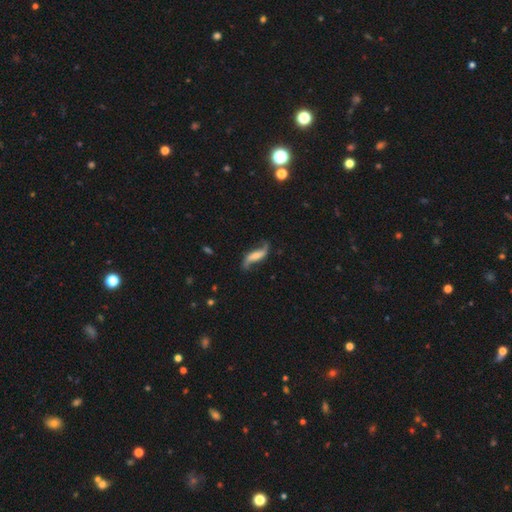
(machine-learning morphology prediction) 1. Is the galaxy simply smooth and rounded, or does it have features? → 79% featured or disk, 15% smooth, 6% star or artifact.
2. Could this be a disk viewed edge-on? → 89% no, 11% yes.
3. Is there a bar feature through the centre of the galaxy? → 37% no, 34% weak, 29% strong.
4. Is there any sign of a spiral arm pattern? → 94% yes, 6% no.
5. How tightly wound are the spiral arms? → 87% loose, 10% medium, 3% tight.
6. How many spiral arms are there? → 91% 2, 4% 1, 2% can't tell, 1% 3, 1% 4, 1% more than 4.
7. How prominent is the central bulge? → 39% small, 29% moderate, 21% none, 8% large, 2% dominant.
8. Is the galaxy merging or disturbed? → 70% none, 17% minor disturbance, 9% major disturbance, 3% merger.